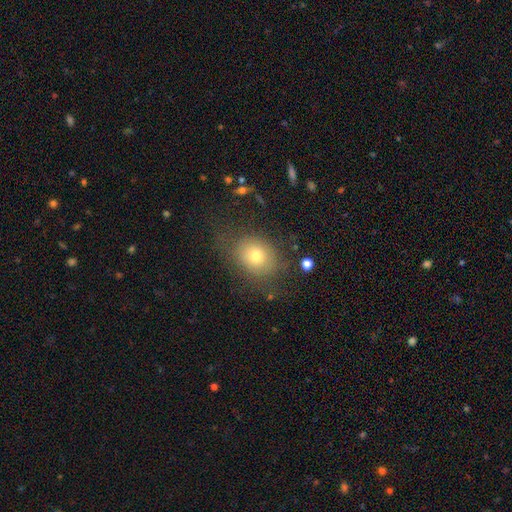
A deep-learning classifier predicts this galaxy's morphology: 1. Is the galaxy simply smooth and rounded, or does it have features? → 71% smooth, 16% featured or disk, 13% star or artifact.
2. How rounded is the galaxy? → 53% round, 46% in between, 1% cigar-shaped.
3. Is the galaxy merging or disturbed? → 68% none, 18% minor disturbance, 12% major disturbance, 2% merger.